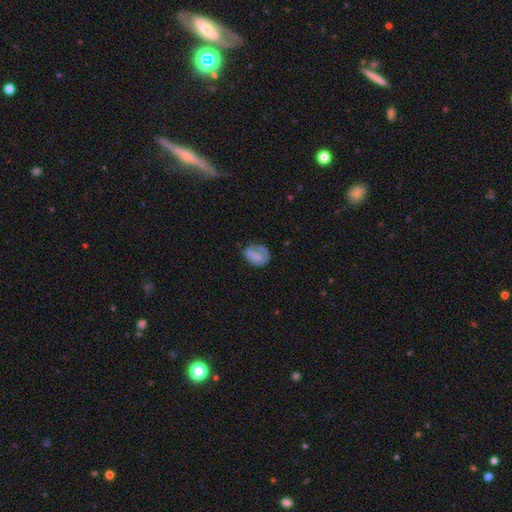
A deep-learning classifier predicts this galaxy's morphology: Smooth or featured? smooth (64%)
How rounded? in between (69%)
Merging? none (45%)